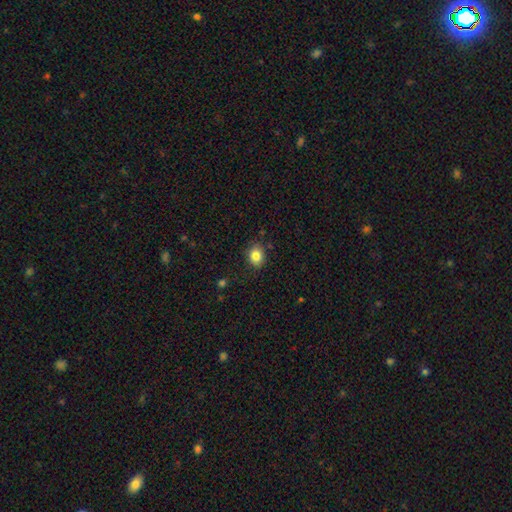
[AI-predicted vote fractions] Overall: smooth (84%). How rounded: round (52%; in between 48%). Merging: none (84%).